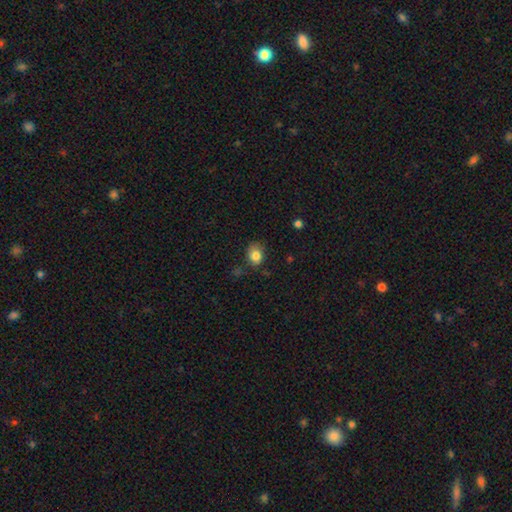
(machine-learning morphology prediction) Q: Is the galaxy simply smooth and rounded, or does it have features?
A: smooth — 83%.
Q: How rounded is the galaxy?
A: in between — 51%.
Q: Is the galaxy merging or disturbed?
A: none — 66%.